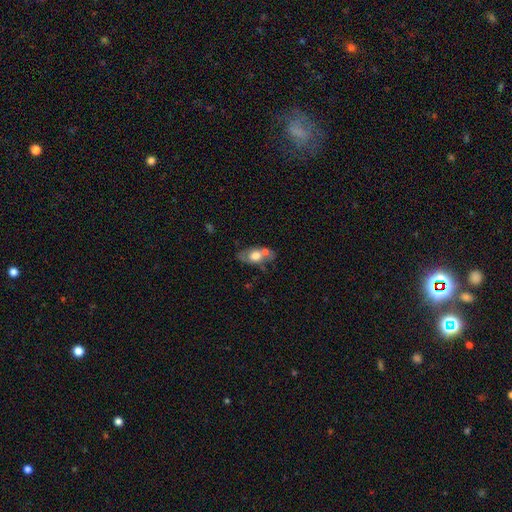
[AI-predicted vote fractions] This is possibly a smooth galaxy (51%). How rounded: clearly in between (82%). Merging: marginally none (44%).